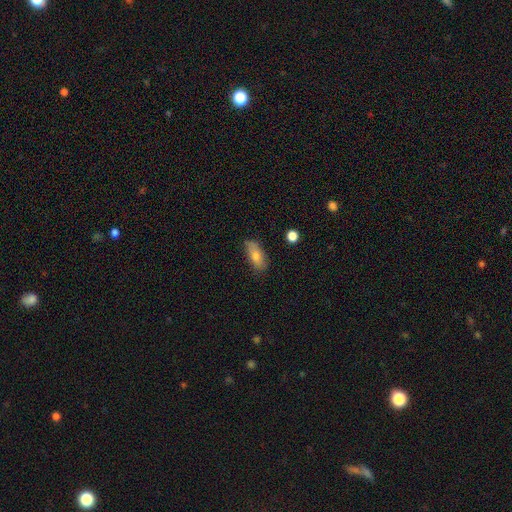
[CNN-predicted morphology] type=smooth (76%); roundness=in between (79%); merging=none (76%).